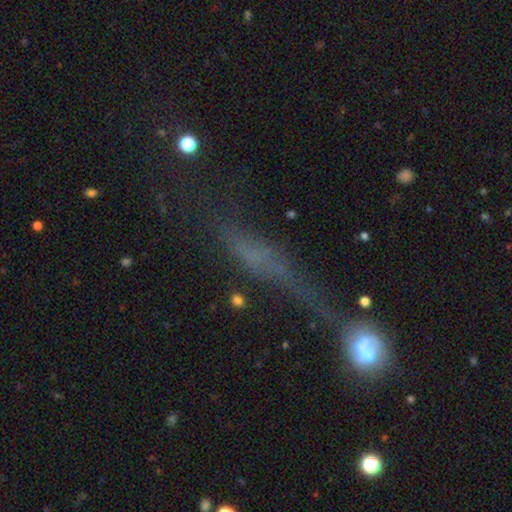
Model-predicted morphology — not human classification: A smooth galaxy with no disk features (39%).

Vote fractions:
- Smooth or featured? smooth: 39% / featured or disk: 33% / star or artifact: 29%
- Merging? none: 34% / major disturbance: 30% / minor disturbance: 19% / merger: 18%